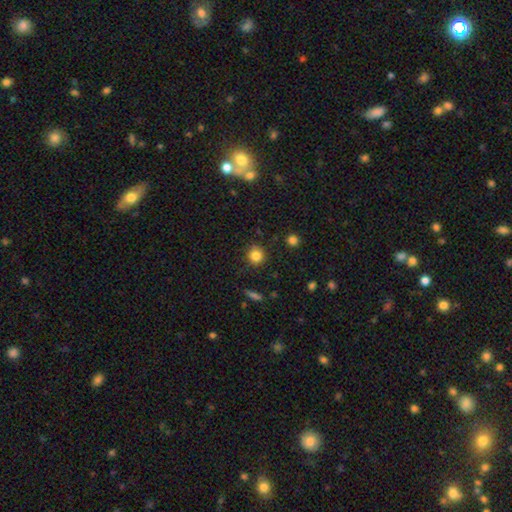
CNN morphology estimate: This appears to be a smooth galaxy with no disk features (83%) that is round (90%). Merging: none (86%).